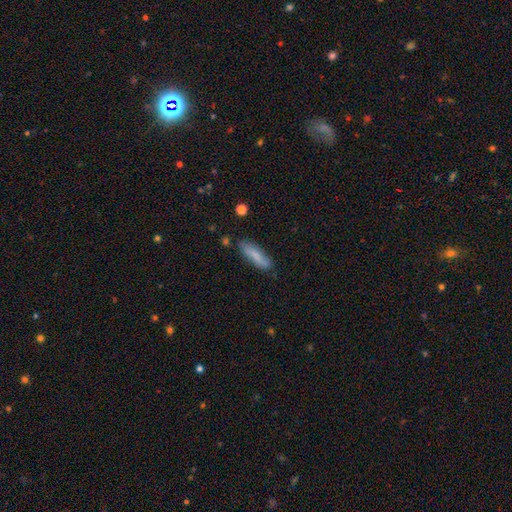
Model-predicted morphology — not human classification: Smooth or featured?
  - smooth: 75% *
  - featured or disk: 18%
  - star or artifact: 7%
How rounded?
  - cigar-shaped: 64% *
  - in between: 35%
  - round: 2%
Merging?
  - none: 76% *
  - minor disturbance: 17%
  - major disturbance: 4%
  - merger: 3%